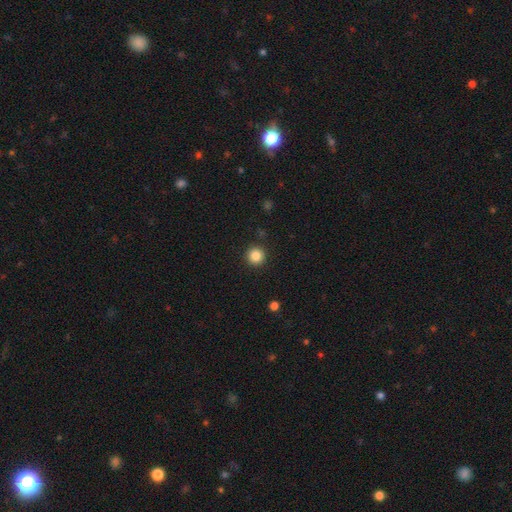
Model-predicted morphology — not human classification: A smooth galaxy with no disk features (86%) that is round (96%). Merging: none (92%).